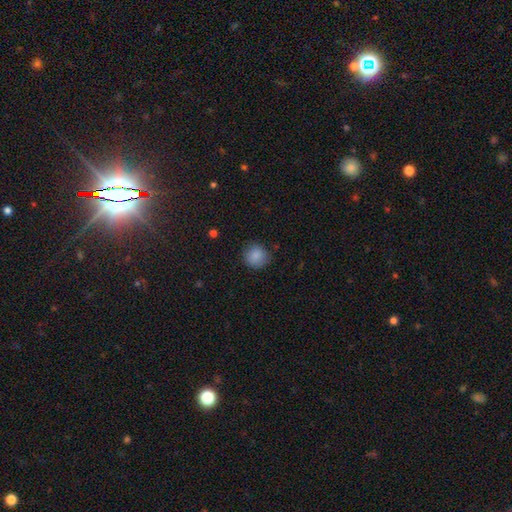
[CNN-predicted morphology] Smooth or featured: smooth — 87% (star or artifact — 9%)
How rounded: round — 90% (in between — 9%)
Merging: none — 86% (minor disturbance — 10%)